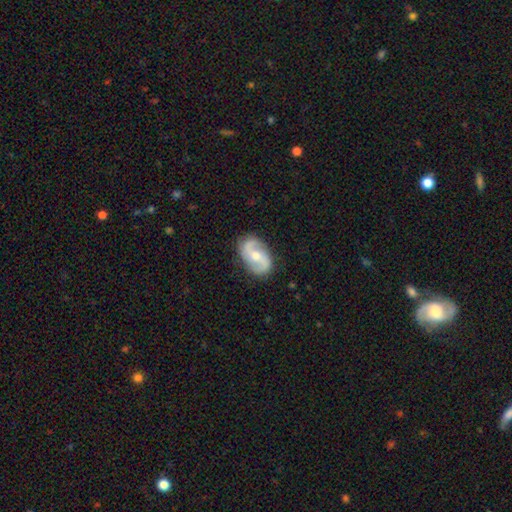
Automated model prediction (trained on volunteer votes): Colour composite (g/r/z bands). It shows a featured or disk galaxy (79%) with a weak bar (42%), 2 (91%) medium (43%) spiral arms (91%) and a moderate central bulge (66%). Merging: none (83%).